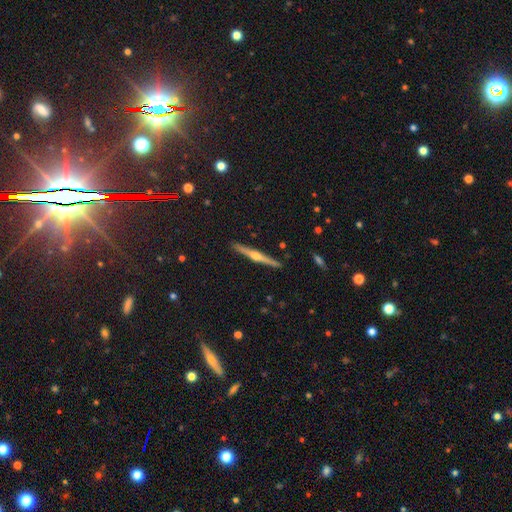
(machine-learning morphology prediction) Overall: featured or disk (76%). Edge-on disk: yes (98%). Edge-on bulge: rounded (89%). Merging: none (92%).